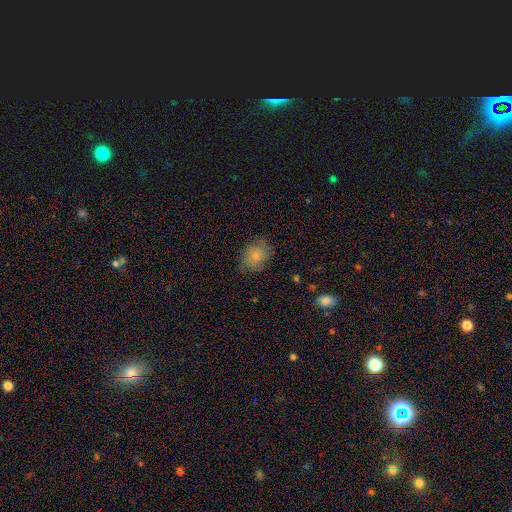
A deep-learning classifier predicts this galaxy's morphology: smooth-or-featured: smooth: 74% | featured or disk: 17% | star or artifact: 9%
  how-rounded: in between: 50% | round: 49% | cigar-shaped: 1%
  merging: none: 70% | minor disturbance: 23% | major disturbance: 6% | merger: 1%